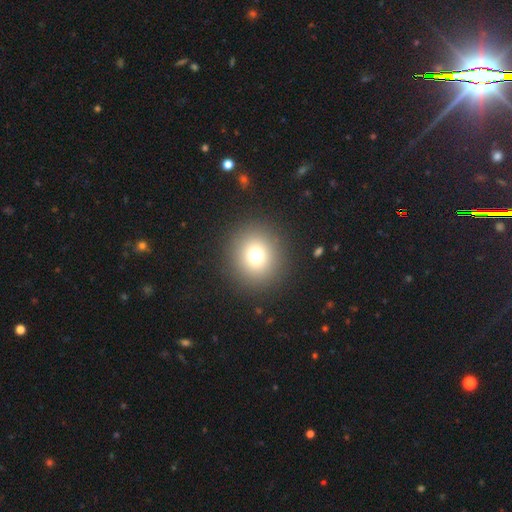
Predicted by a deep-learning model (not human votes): Overall: smooth (72%). How rounded: round (90%). Merging: none (90%).